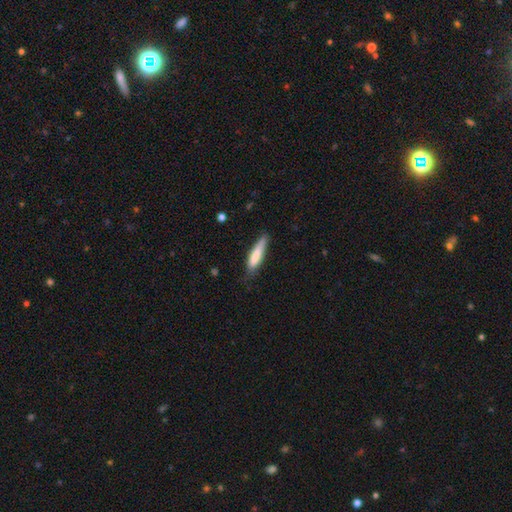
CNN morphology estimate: The model was most divided on "merging": none: 69%, minor disturbance: 25%, major disturbance: 5%, merger: 2%. More confident: how rounded — cigar-shaped (79%); smooth or featured — smooth (78%).